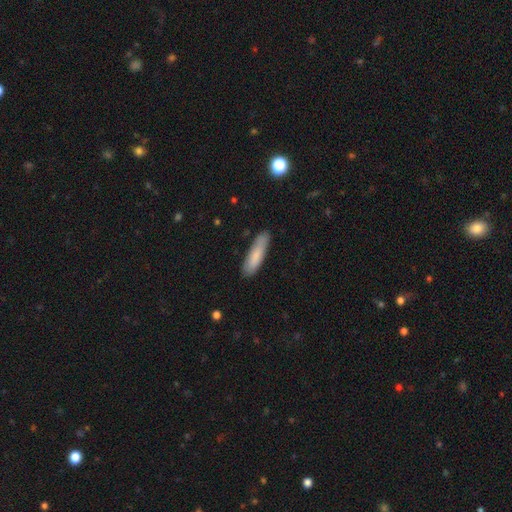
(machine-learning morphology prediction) A smooth galaxy with no disk features (81%) that is cigar-shaped (70%). Merging: none (85%).